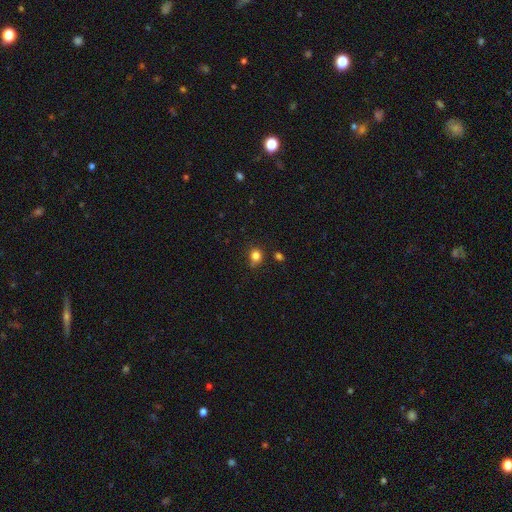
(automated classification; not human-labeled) A smooth galaxy with no disk features (82%) that is round (74%). Merging: none (71%).